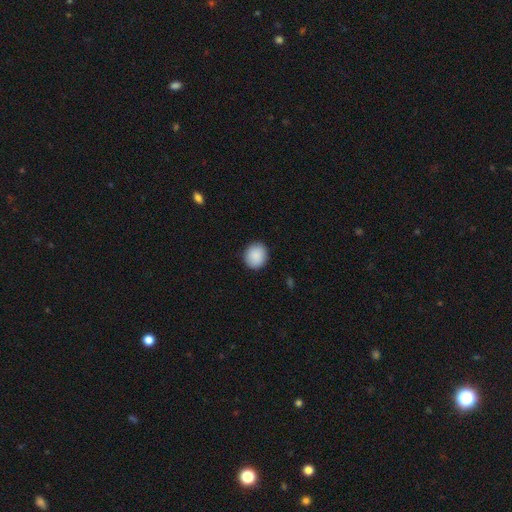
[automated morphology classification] Smooth or featured? Predicted: smooth (p=0.90). How rounded? Predicted: round (p=0.80). Merging? Predicted: none (p=0.90).